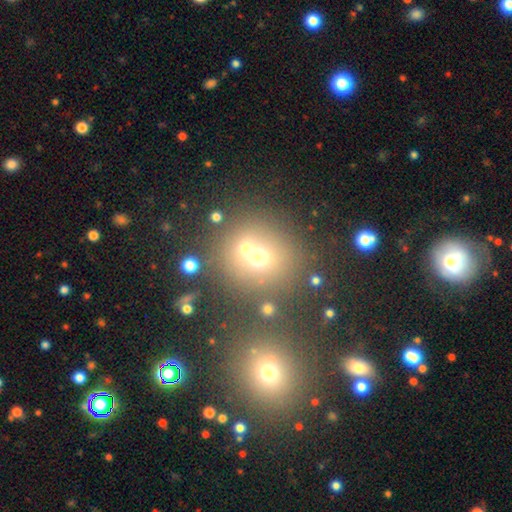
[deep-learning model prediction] This is likely a smooth galaxy (62%). How rounded: clearly round (86%). Merging: possibly none (55%).